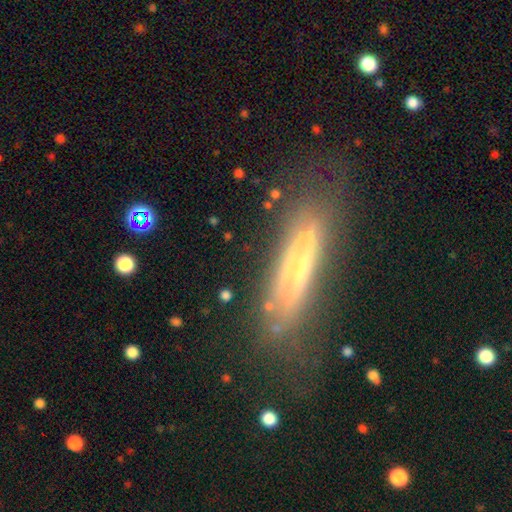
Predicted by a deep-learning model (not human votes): Smooth or featured? Predicted: featured or disk (p=0.52). Edge-on disk? Predicted: yes (p=0.76). Merging? Predicted: none (p=0.68).